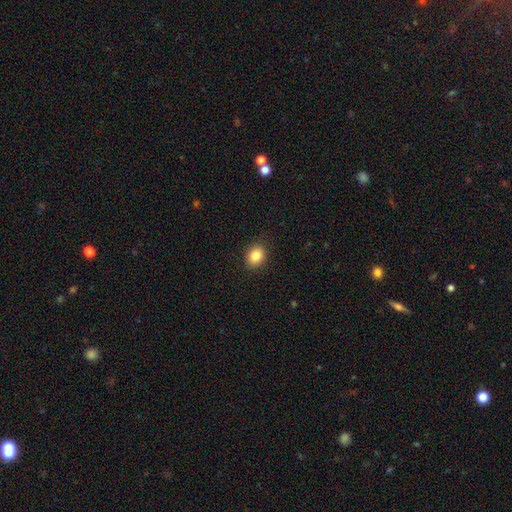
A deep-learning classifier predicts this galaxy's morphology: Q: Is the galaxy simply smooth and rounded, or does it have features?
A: smooth — 85%.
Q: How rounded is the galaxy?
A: round — 51%.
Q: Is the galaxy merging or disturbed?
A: none — 89%.